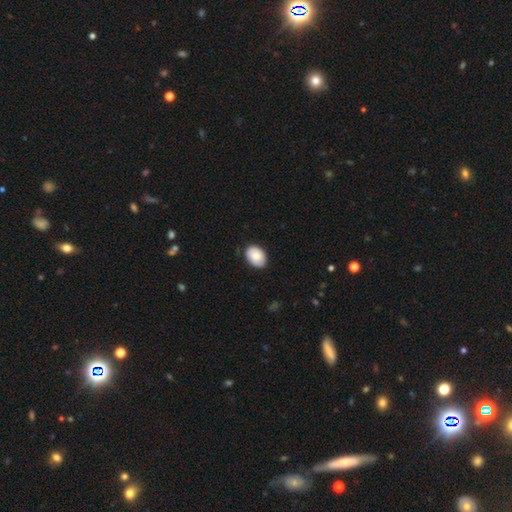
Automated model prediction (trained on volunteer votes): This is clearly a smooth galaxy (82%). How rounded: likely in between (77%). Merging: clearly none (85%).